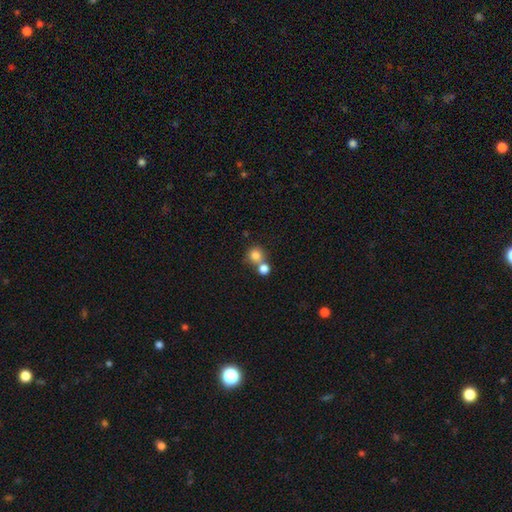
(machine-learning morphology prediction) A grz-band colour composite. It shows a smooth galaxy with no disk features (81%) that is round (89%). Merging: none (49%).